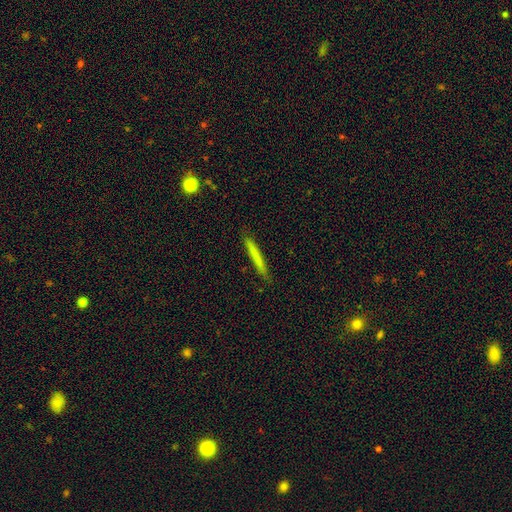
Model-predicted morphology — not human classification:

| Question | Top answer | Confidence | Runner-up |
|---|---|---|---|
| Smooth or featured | smooth | 71% | featured or disk (22%) |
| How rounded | cigar-shaped | 97% | in between (2%) |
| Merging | none | 88% | minor disturbance (9%) |